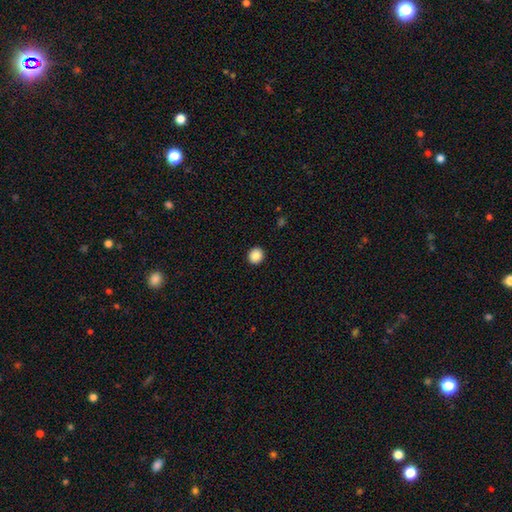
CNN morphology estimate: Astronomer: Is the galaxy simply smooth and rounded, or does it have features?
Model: smooth — 87%.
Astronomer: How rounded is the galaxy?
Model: round — 88%.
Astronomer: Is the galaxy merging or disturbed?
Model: none — 93%.